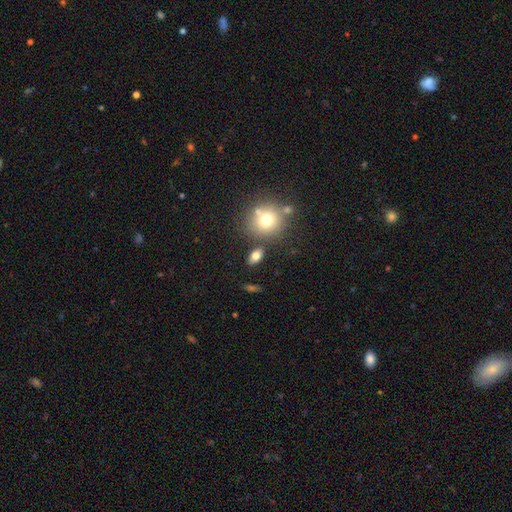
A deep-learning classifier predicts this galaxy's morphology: A smooth galaxy with no disk features (73%) that is in between round and cigar-shaped (77%). Merging: none (78%).